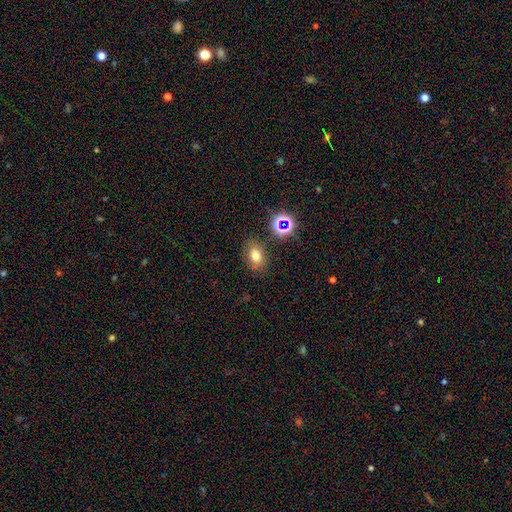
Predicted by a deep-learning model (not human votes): Morphology: type=smooth (70%); roundness=in between (71%); merging=none (80%).